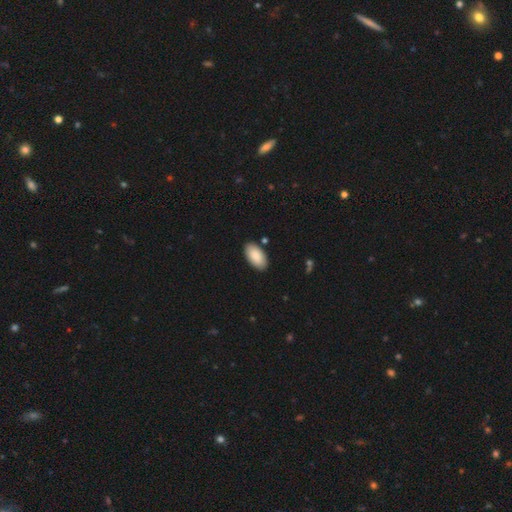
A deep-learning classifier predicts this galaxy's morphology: Smooth or featured? smooth (89%)
How rounded? in between (95%)
Merging? none (87%)